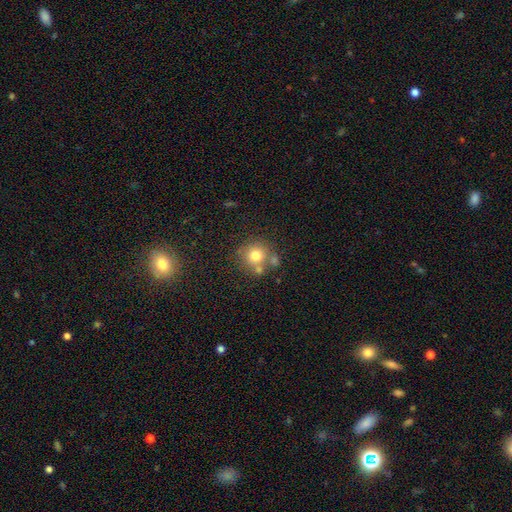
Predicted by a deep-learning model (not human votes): smooth-or-featured: smooth: 74% | featured or disk: 13% | star or artifact: 12%
  how-rounded: round: 91% | in between: 8% | cigar-shaped: 1%
  merging: none: 65% | merger: 20% | minor disturbance: 11% | major disturbance: 4%